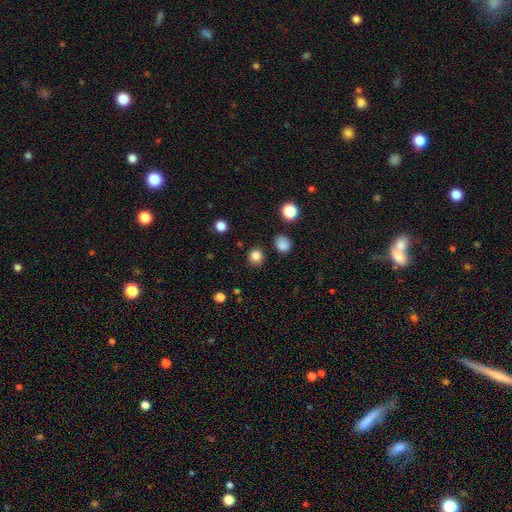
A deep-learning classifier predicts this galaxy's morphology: A smooth galaxy with no disk features (84%) that is round (91%). Merging: none (89%).